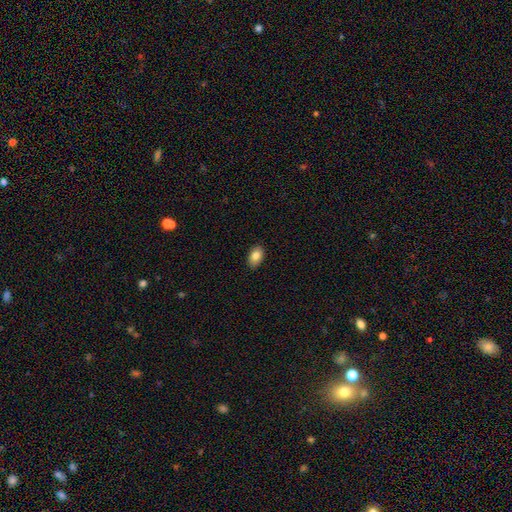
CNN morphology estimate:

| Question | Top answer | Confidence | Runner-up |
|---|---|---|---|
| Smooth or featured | smooth | 83% | featured or disk (10%) |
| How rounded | in between | 88% | round (10%) |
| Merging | none | 88% | minor disturbance (9%) |